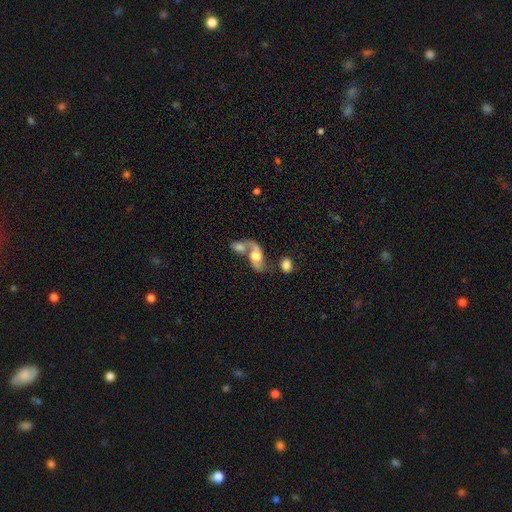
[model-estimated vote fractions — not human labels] smooth-or-featured: featured or disk: 66% | smooth: 26% | star or artifact: 8%
  disk-edge-on: no: 93% | yes: 7%
    bar: no: 65% | weak: 28% | strong: 8%
    has-spiral-arms: yes: 82% | no: 18%
      spiral-winding: loose: 71% | medium: 23% | tight: 6%
      spiral-arm-count: 2: 85% | 1: 9% | can't tell: 4% | 3: 1% | more than 4: 1% | 4: 1%
    bulge-size: moderate: 50% | large: 34% | small: 9% | none: 4% | dominant: 3%
  merging: merger: 58% | none: 23% | major disturbance: 10% | minor disturbance: 9%